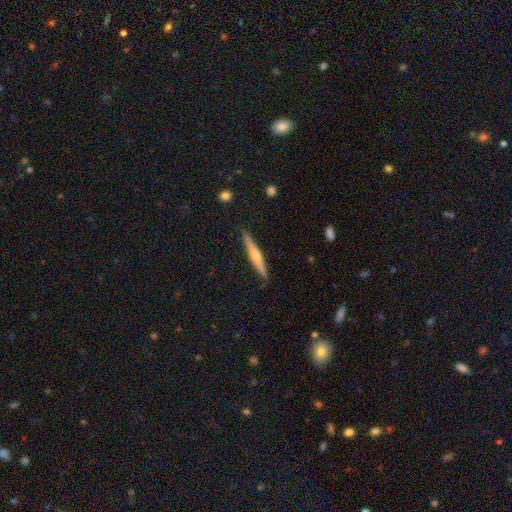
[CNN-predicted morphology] smooth-or-featured: featured or disk: 50% | smooth: 45% | star or artifact: 6%
  merging: none: 88% | minor disturbance: 9% | major disturbance: 2% | merger: 1%